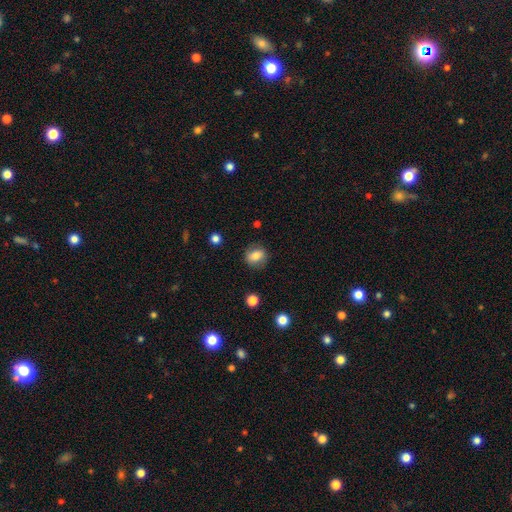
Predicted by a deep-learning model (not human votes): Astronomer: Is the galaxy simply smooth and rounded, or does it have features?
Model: smooth — 74%.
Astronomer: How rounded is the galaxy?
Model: round — 62%.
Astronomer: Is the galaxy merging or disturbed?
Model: none — 81%.